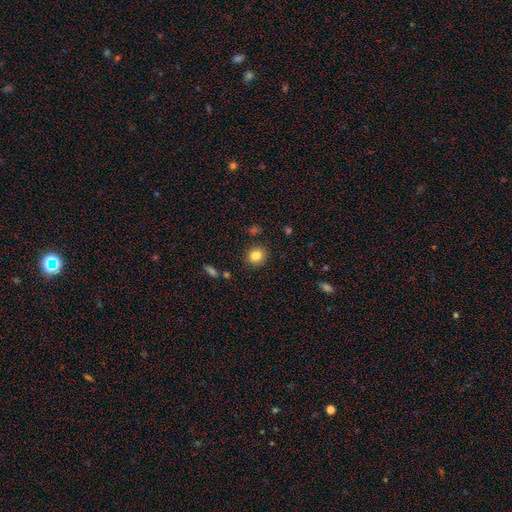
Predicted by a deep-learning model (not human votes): smooth 84%, star or artifact 10%, featured or disk 5%. Down the decision tree: how rounded — round (74%); merging — none (85%).